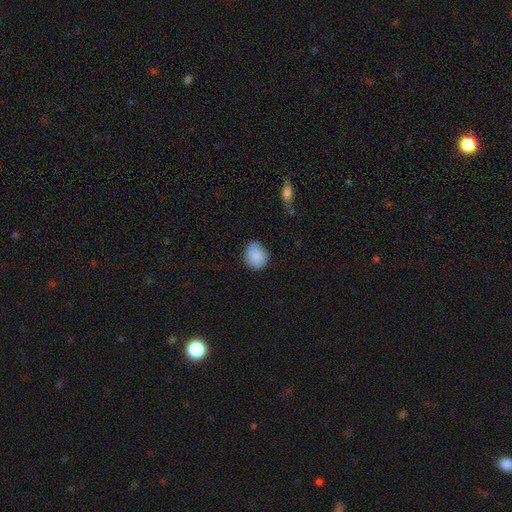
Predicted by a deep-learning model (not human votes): Smooth or featured: smooth — 88% (star or artifact — 7%)
How rounded: round — 64% (in between — 35%)
Merging: none — 74% (minor disturbance — 21%)